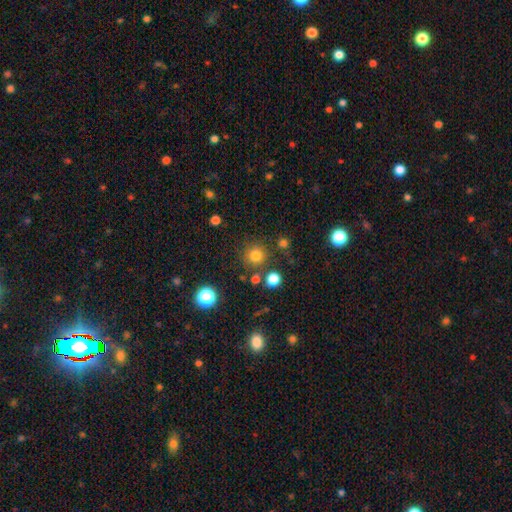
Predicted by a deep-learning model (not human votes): smooth-or-featured: smooth: 79% | star or artifact: 15% | featured or disk: 6%
  how-rounded: round: 94% | in between: 5% | cigar-shaped: 1%
  merging: none: 83% | minor disturbance: 8% | merger: 6% | major disturbance: 3%